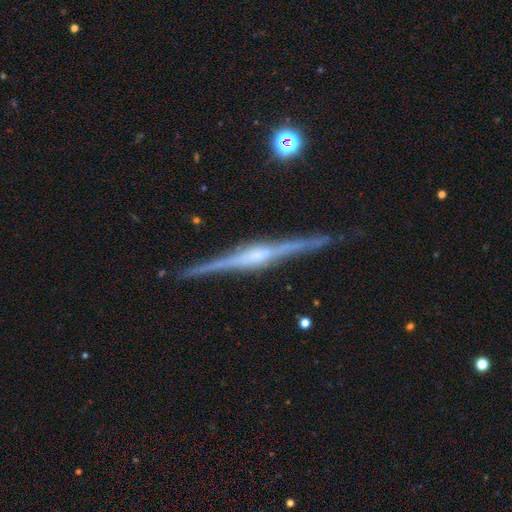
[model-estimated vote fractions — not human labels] Smooth or featured?
  - featured or disk: 89% *
  - smooth: 6%
  - star or artifact: 5%
Edge-on disk?
  - yes: 99% *
  - no: 1%
Edge-on bulge?
  - rounded: 59% *
  - boxy: 31%
  - none: 10%
Merging?
  - none: 91% *
  - minor disturbance: 6%
  - major disturbance: 1%
  - merger: 1%